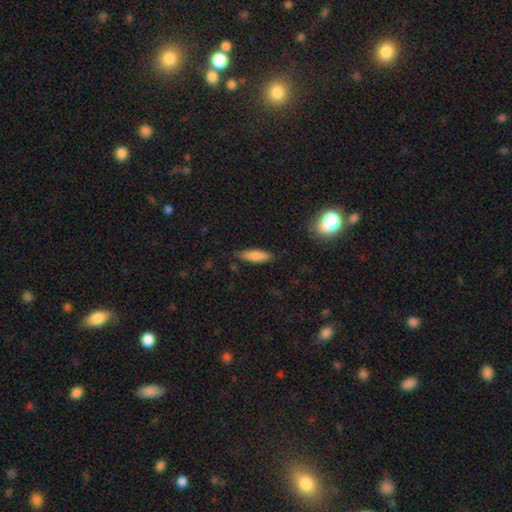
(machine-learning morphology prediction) Q: Smooth or featured?
A: smooth (82%); runner-up: featured or disk (11%)
Q: How rounded?
A: cigar-shaped (57%); runner-up: in between (41%)
Q: Merging?
A: none (83%); runner-up: minor disturbance (13%)